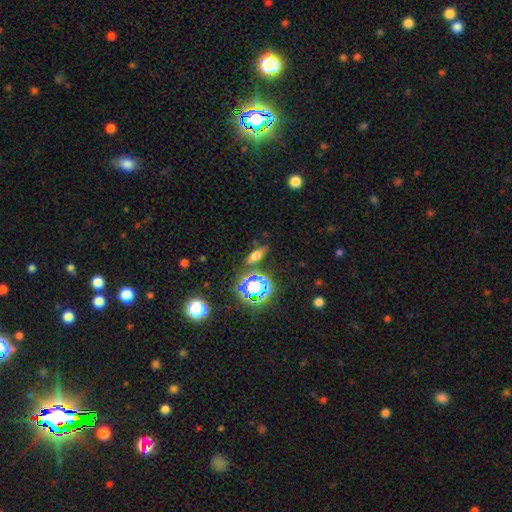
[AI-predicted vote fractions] This is possibly a smooth galaxy (47%). Merging: clearly none (81%).